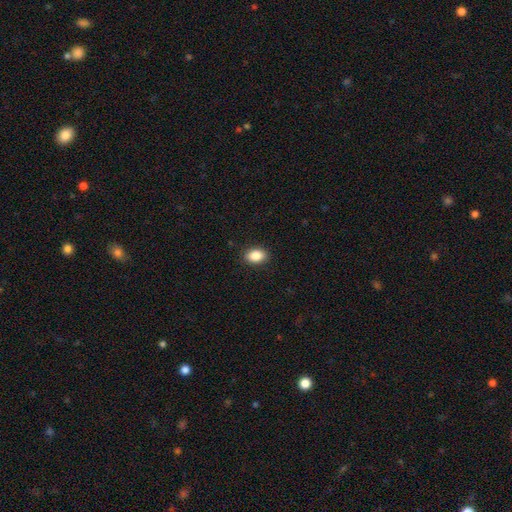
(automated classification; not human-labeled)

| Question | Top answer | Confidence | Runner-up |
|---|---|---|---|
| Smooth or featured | smooth | 87% | star or artifact (8%) |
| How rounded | in between | 81% | round (18%) |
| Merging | none | 89% | minor disturbance (8%) |